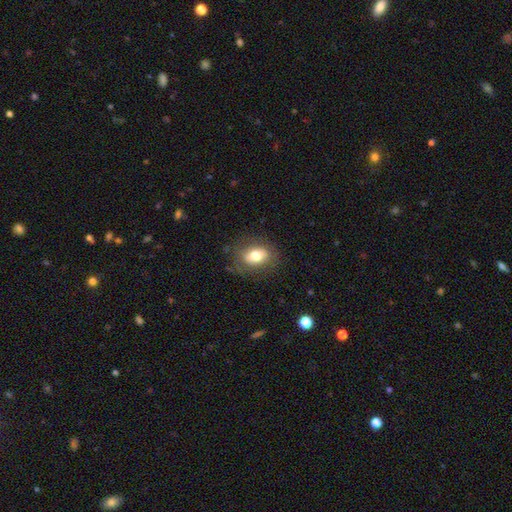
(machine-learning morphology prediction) smooth-or-featured: smooth: 73% | featured or disk: 18% | star or artifact: 9%
  how-rounded: in between: 73% | round: 26% | cigar-shaped: 2%
  merging: none: 79% | minor disturbance: 14% | major disturbance: 5% | merger: 1%